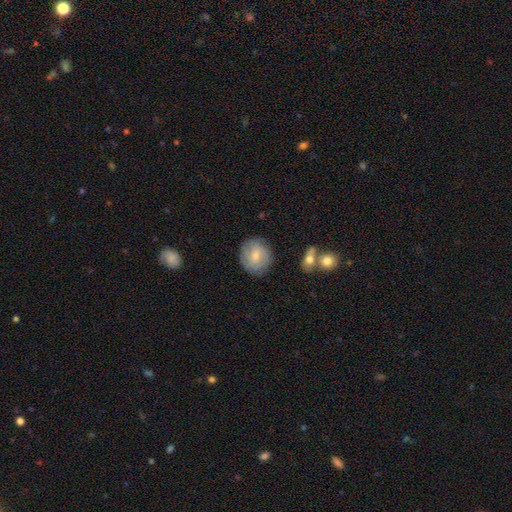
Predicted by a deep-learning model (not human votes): This appears to be a smooth galaxy with no disk features (60%) that is round (80%). Merging: none (81%).